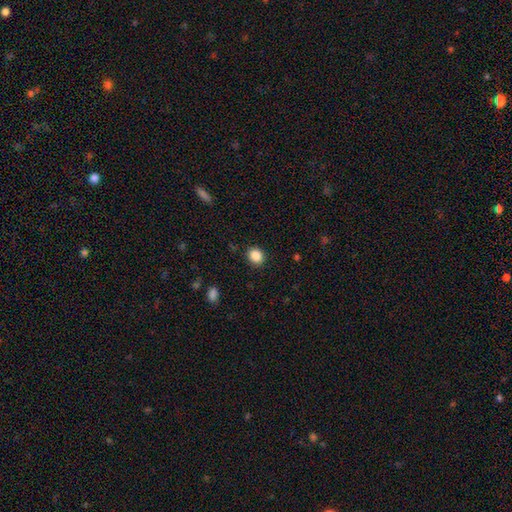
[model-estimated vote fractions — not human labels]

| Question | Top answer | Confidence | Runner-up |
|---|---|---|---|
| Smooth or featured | smooth | 87% | star or artifact (10%) |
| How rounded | round | 67% | in between (32%) |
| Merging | none | 89% | minor disturbance (7%) |